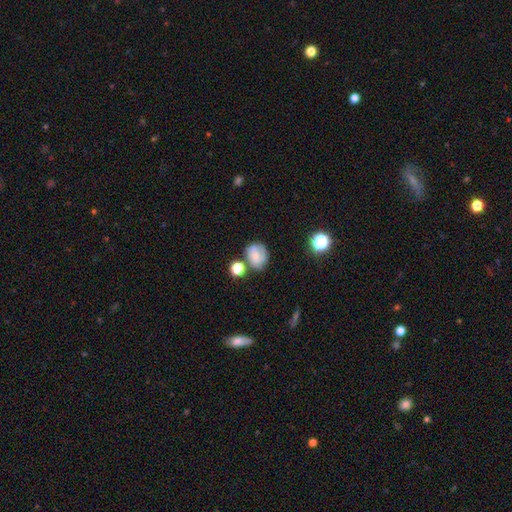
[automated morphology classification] Smooth or featured?
  - smooth: 52% *
  - featured or disk: 36%
  - star or artifact: 12%
How rounded?
  - round: 66% *
  - in between: 33%
  - cigar-shaped: 1%
Merging?
  - none: 59% *
  - minor disturbance: 20%
  - merger: 14%
  - major disturbance: 7%